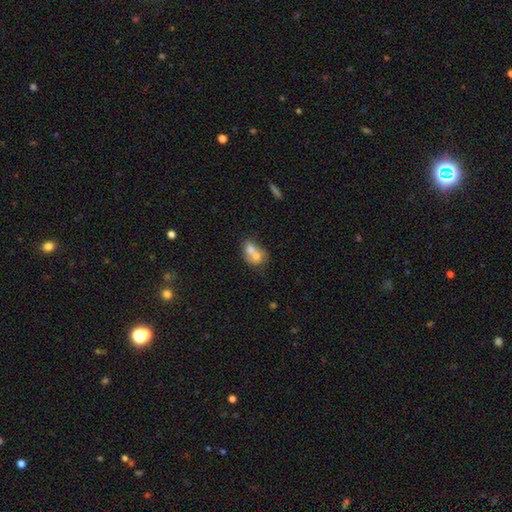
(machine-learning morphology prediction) This appears to be a smooth galaxy with no disk features (67%) that is in between round and cigar-shaped (56%). Merging: merger (73%).